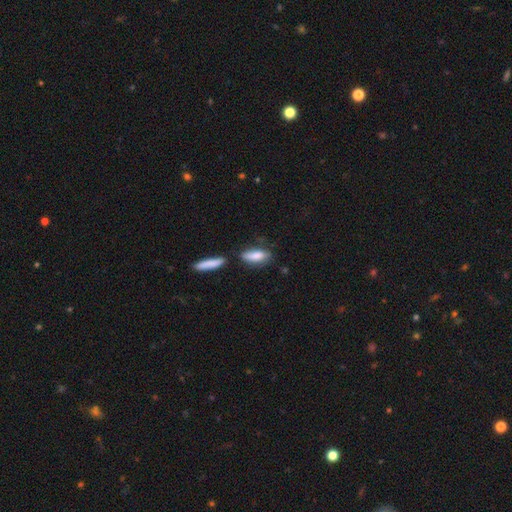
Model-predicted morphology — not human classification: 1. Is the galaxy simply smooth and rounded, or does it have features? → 80% smooth, 13% featured or disk, 7% star or artifact.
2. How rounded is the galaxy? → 61% in between, 37% cigar-shaped, 2% round.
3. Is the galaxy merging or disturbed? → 60% none, 19% minor disturbance, 15% merger, 5% major disturbance.